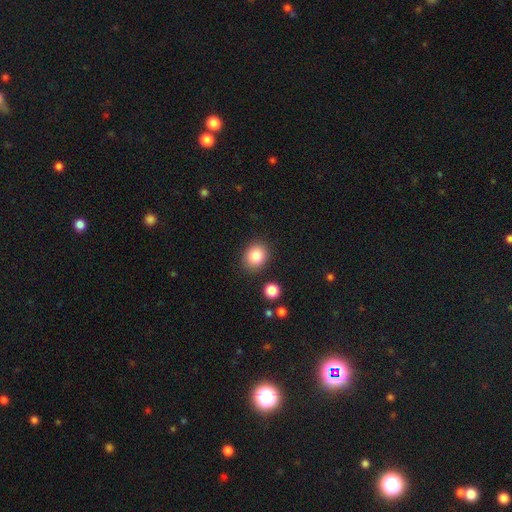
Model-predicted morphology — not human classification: smooth-or-featured: smooth: 84% | star or artifact: 9% | featured or disk: 6%
  how-rounded: round: 66% | in between: 33% | cigar-shaped: 1%
  merging: none: 86% | minor disturbance: 9% | merger: 3% | major disturbance: 3%